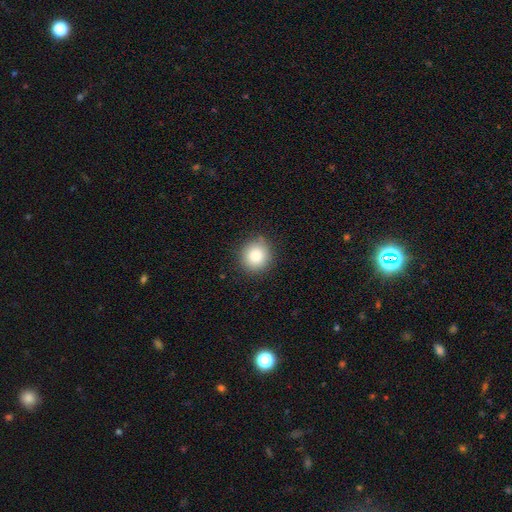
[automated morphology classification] This is clearly a smooth galaxy (85%). How rounded: clearly round (86%). Merging: clearly none (87%).